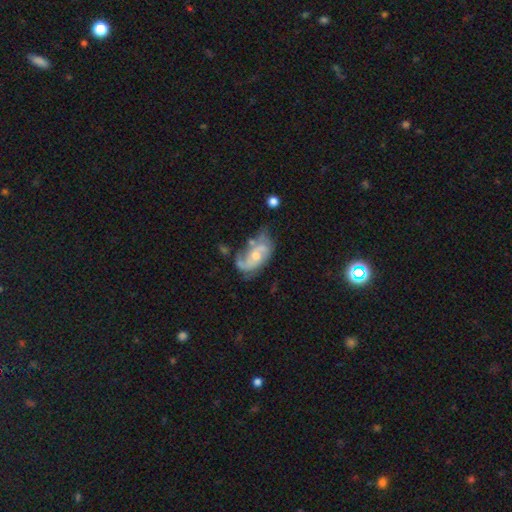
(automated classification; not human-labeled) The model was most divided on "spiral winding": medium: 41%, loose: 33%, tight: 26%. Remaining: edge-on disk — no (95%); spiral arms — yes (84%); smooth or featured — featured or disk (75%); bar — no (64%); spiral arm count — 2 (60%); bulge size — moderate (56%); merging — none (38%).